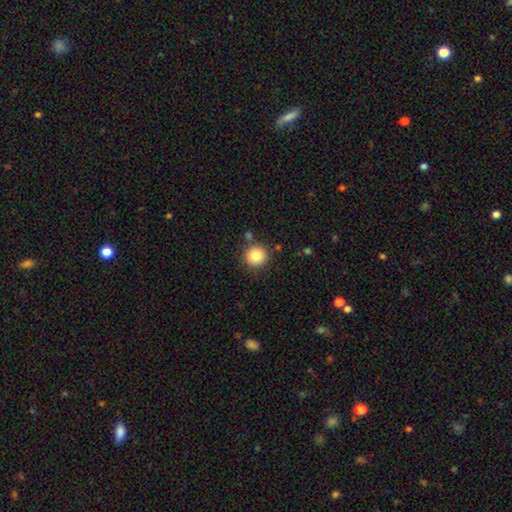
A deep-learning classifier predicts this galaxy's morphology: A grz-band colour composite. It shows a smooth galaxy with no disk features (84%) that is round (94%). Merging: none (85%).